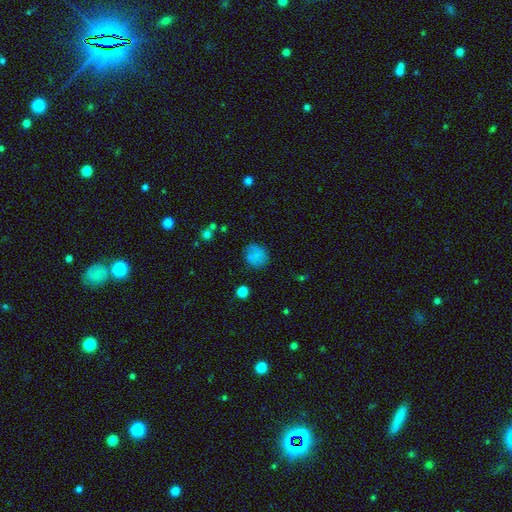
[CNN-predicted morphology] Smooth or featured: smooth — 78% (star or artifact — 13%)
How rounded: round — 75% (in between — 24%)
Merging: none — 75% (minor disturbance — 17%)